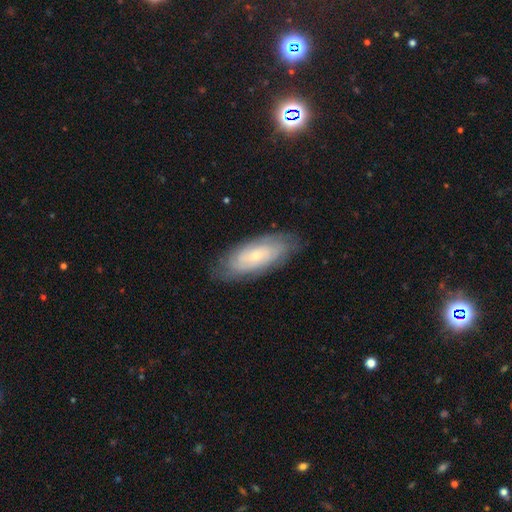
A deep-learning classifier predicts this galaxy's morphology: Q: Smooth or featured?
A: featured or disk (58%); runner-up: smooth (34%)
Q: Edge-on disk?
A: no (85%); runner-up: yes (15%)
Q: Merging?
A: none (80%); runner-up: minor disturbance (15%)